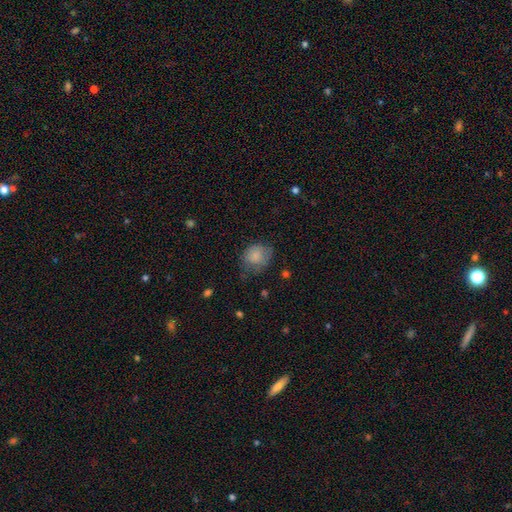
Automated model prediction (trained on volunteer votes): A smooth galaxy with no disk features (80%) that is round (58%). Merging: none (50%).